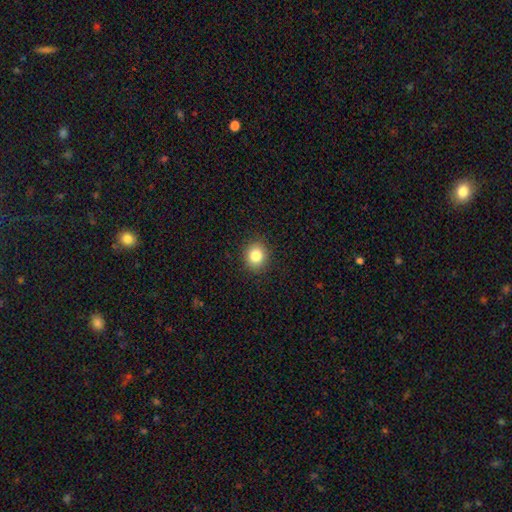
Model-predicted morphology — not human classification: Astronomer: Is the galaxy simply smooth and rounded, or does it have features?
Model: smooth — 83%.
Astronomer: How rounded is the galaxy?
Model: round — 78%.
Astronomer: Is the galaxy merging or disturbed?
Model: none — 90%.